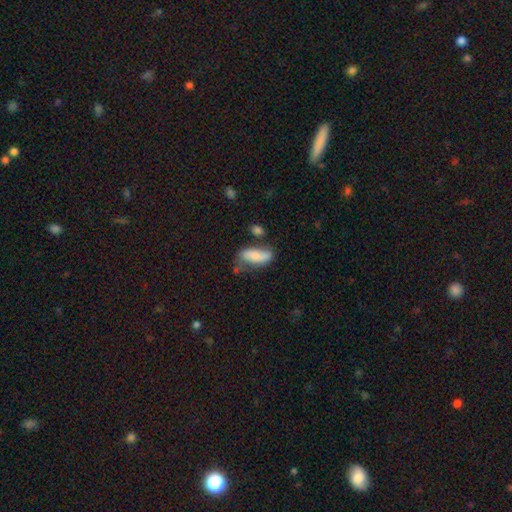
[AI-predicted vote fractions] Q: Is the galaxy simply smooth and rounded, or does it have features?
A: smooth — 72%.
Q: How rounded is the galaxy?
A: in between — 75%.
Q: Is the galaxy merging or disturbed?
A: none — 47%.